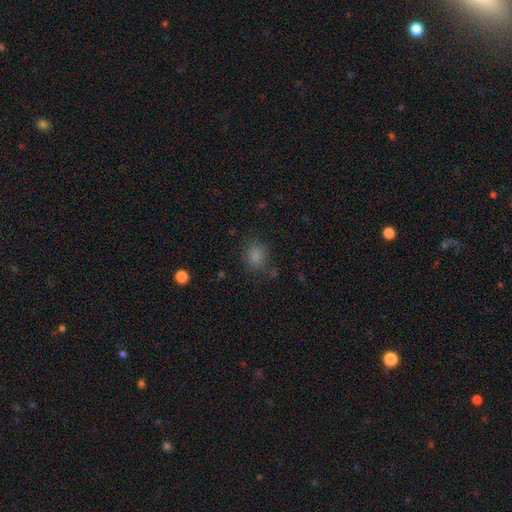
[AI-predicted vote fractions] Smooth or featured?
  - smooth: 81% *
  - star or artifact: 14%
  - featured or disk: 5%
How rounded?
  - round: 62% *
  - in between: 37%
  - cigar-shaped: 1%
Merging?
  - none: 72% *
  - minor disturbance: 17%
  - major disturbance: 7%
  - merger: 3%